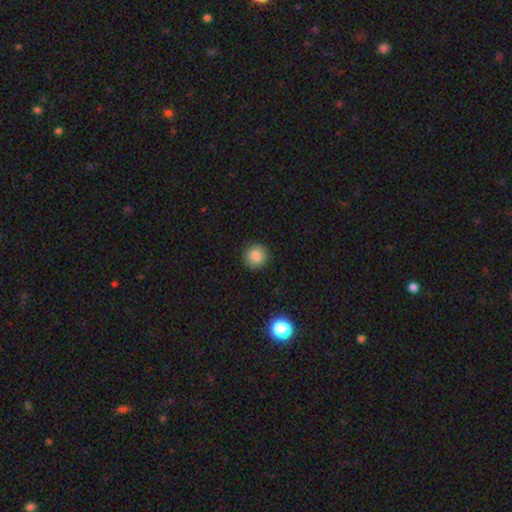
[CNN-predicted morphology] Smooth or featured? Predicted: smooth (p=0.84). How rounded? Predicted: round (p=0.93). Merging? Predicted: none (p=0.91).